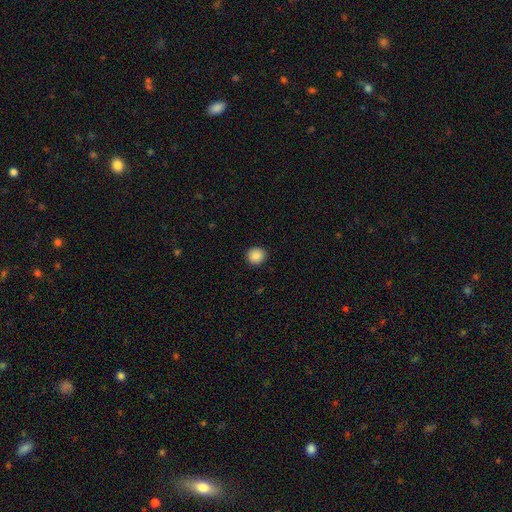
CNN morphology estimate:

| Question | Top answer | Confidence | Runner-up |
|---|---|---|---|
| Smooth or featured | smooth | 89% | star or artifact (9%) |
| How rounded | round | 89% | in between (10%) |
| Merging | none | 91% | minor disturbance (6%) |